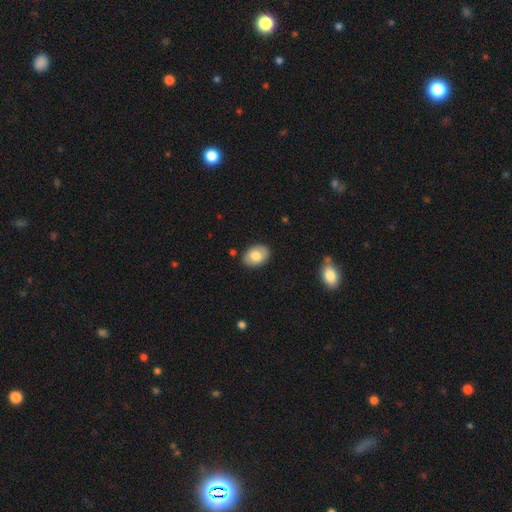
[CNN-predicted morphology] A smooth galaxy with no disk features (75%) that is in between round and cigar-shaped (81%).

Vote fractions:
- Smooth or featured? smooth: 75% / featured or disk: 18% / star or artifact: 7%
- How rounded? in between: 81% / round: 18% / cigar-shaped: 1%
- Merging? none: 86% / minor disturbance: 10% / major disturbance: 2% / merger: 2%